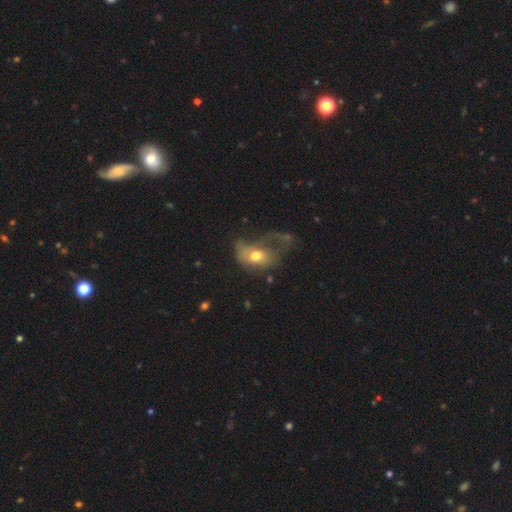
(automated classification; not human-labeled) The model was most divided on "smooth or featured": smooth: 56%, featured or disk: 36%, star or artifact: 9%. More confident: how rounded — in between (76%); merging — major disturbance (66%).